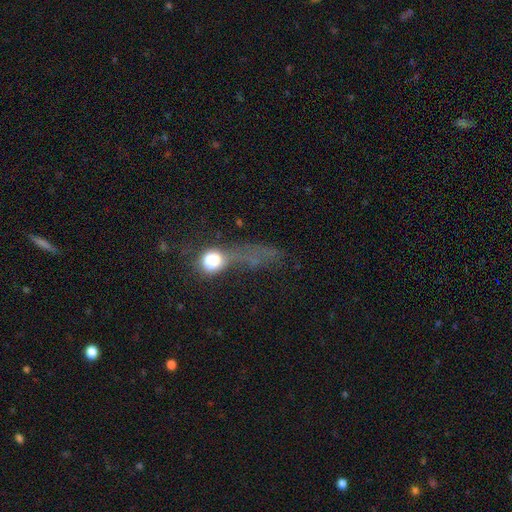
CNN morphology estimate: Smooth or featured: smooth — 41% (star or artifact — 37%)
Merging: major disturbance — 37% (none — 36%)